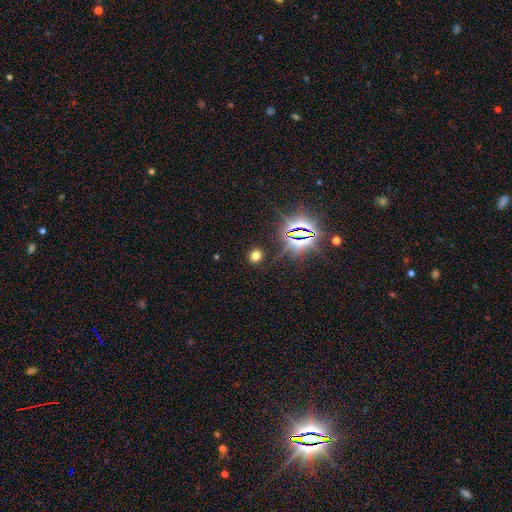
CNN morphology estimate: smooth-or-featured: smooth: 62% | star or artifact: 32% | featured or disk: 7%
  how-rounded: round: 76% | in between: 22% | cigar-shaped: 1%
  merging: none: 87% | minor disturbance: 7% | major disturbance: 3% | merger: 2%